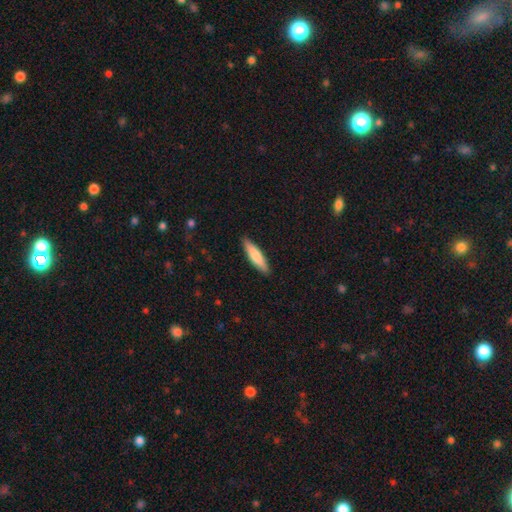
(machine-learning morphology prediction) smooth_or_featured: smooth (p=0.76) [alt: featured or disk p=0.19]
how_rounded: cigar-shaped (p=0.74) [alt: in between p=0.24]
merging: none (p=0.89) [alt: minor disturbance p=0.08]